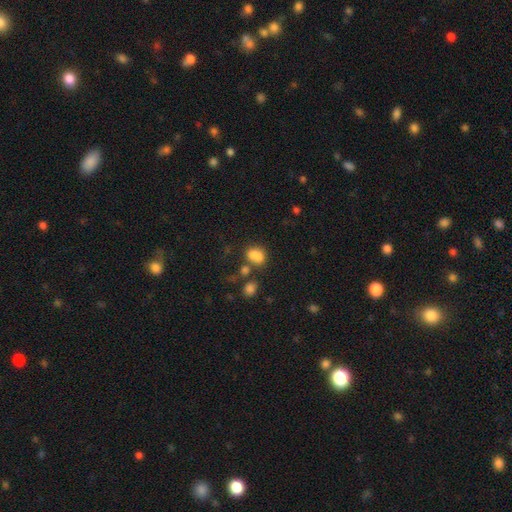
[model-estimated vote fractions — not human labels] This is likely a smooth galaxy (77%). How rounded: likely in between (62%). Merging: marginally none (41%).